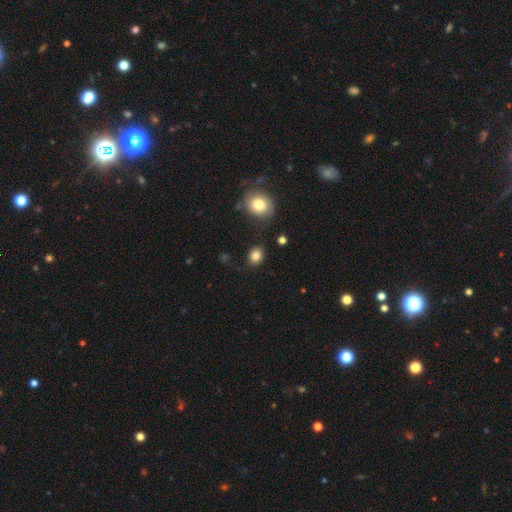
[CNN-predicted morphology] Smooth or featured?
  - smooth: 84% *
  - star or artifact: 11%
  - featured or disk: 5%
How rounded?
  - round: 62% *
  - in between: 37%
  - cigar-shaped: 1%
Merging?
  - none: 82% *
  - minor disturbance: 12%
  - major disturbance: 4%
  - merger: 3%